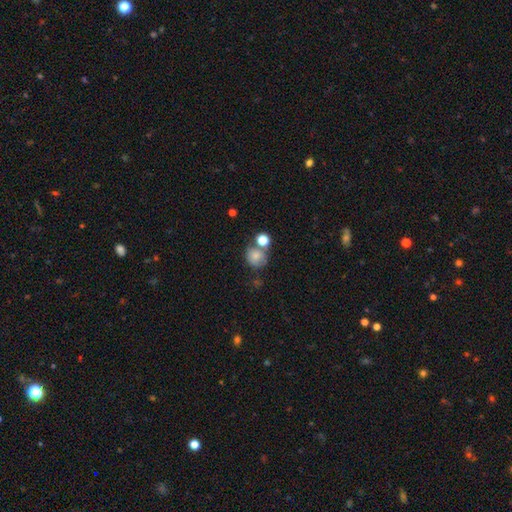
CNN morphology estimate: smooth-or-featured: smooth: 76% | star or artifact: 12% | featured or disk: 12%
  how-rounded: round: 76% | in between: 23% | cigar-shaped: 1%
  merging: none: 50% | merger: 27% | minor disturbance: 16% | major disturbance: 7%